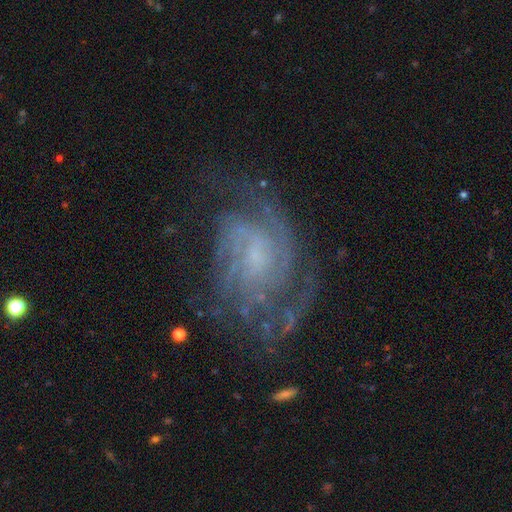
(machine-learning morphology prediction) The model was most divided on "spiral winding": tight: 51%, medium: 38%, loose: 12%. Remaining: edge-on disk — no (97%); spiral arms — yes (92%); smooth or featured — featured or disk (83%); merging — none (61%); bulge size — small (59%); bar — no (56%); spiral arm count — can't tell (37%).